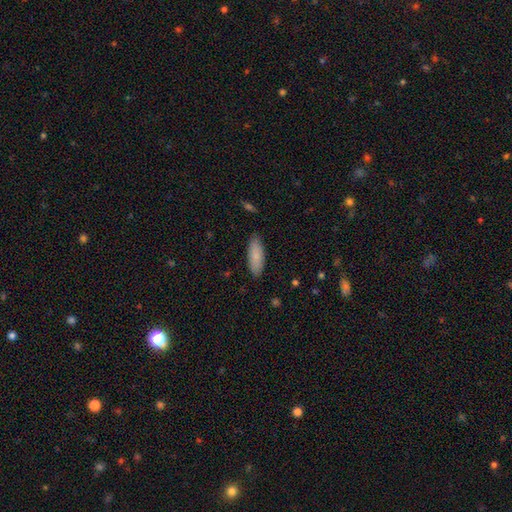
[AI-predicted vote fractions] Smooth or featured: smooth — 84% (featured or disk — 10%)
How rounded: in between — 64% (cigar-shaped — 34%)
Merging: none — 87% (minor disturbance — 10%)